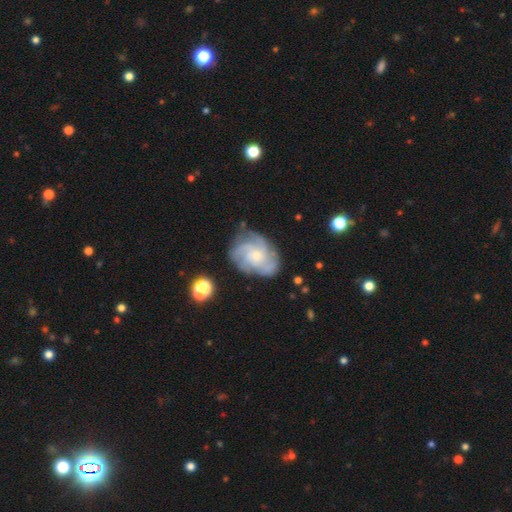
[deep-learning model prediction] Smooth or featured? featured or disk (82%)
Edge-on disk? no (97%)
Bar? no (74%)
Spiral arms? yes (95%)
Spiral winding? tight (51%)
Spiral arm count? 4 (28%)
Bulge size? small (64%)
Merging? none (71%)